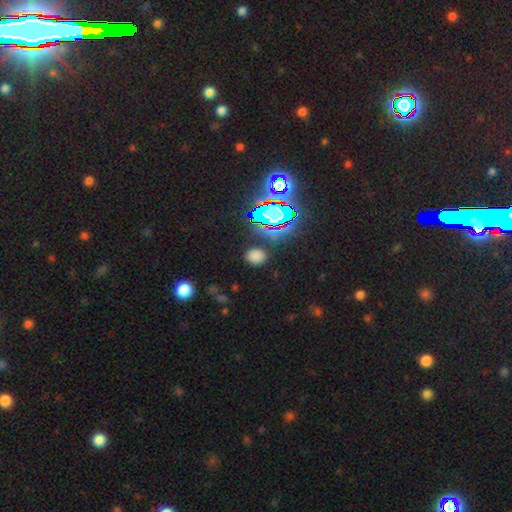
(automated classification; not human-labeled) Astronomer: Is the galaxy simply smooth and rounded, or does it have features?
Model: smooth — 67%.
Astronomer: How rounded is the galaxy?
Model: round — 51% (runner-up: in between, 47%).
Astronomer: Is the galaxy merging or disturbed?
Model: none — 85%.